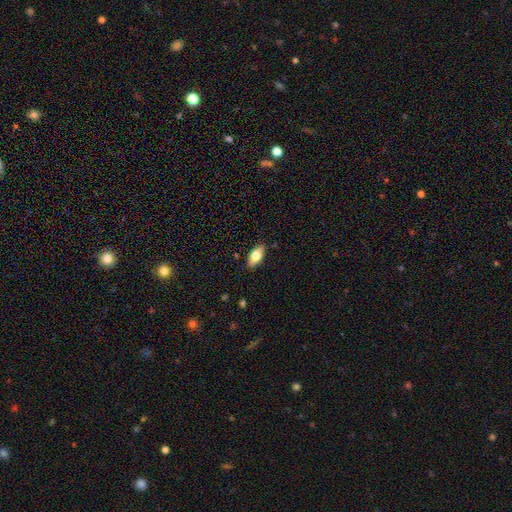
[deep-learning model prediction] Smooth or featured: smooth — 75% (featured or disk — 18%)
How rounded: in between — 88% (cigar-shaped — 9%)
Merging: none — 87% (minor disturbance — 10%)